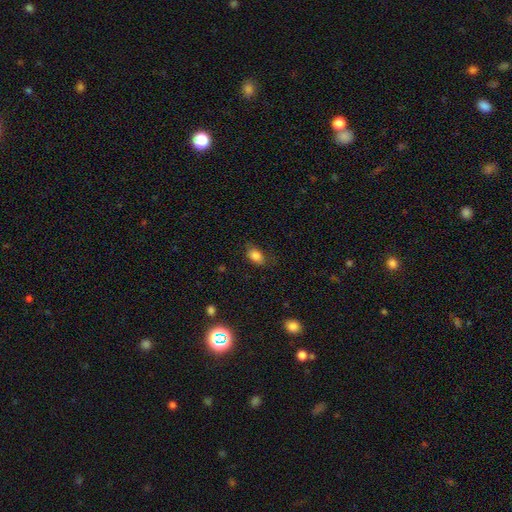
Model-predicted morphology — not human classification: type=smooth (83%); roundness=in between (88%); merging=none (75%).